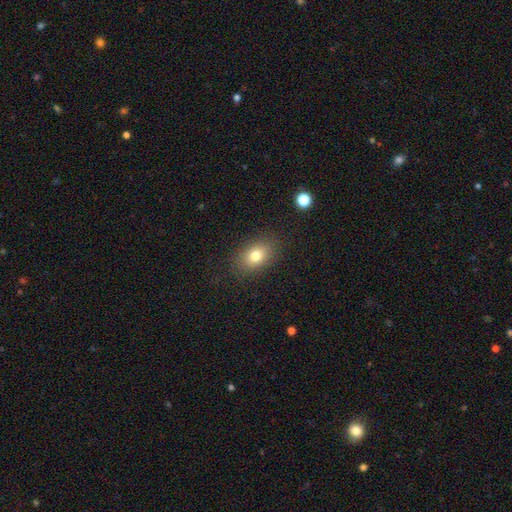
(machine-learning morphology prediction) type=smooth (78%); roundness=in between (79%); merging=none (85%).